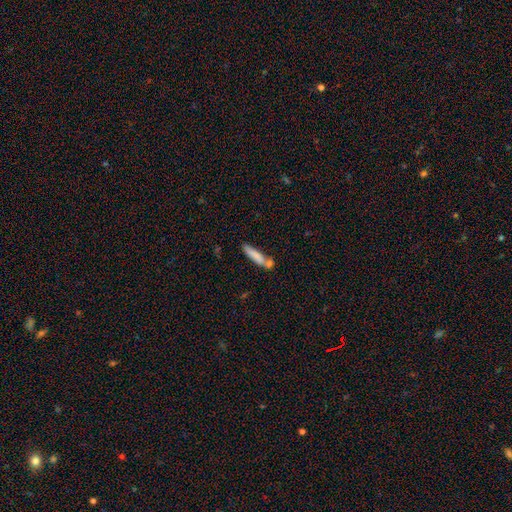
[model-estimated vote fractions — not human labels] The model was most divided on "merging": none: 50%, merger: 28%, minor disturbance: 16%, major disturbance: 5%. More confident: how rounded — cigar-shaped (82%); smooth or featured — smooth (75%).